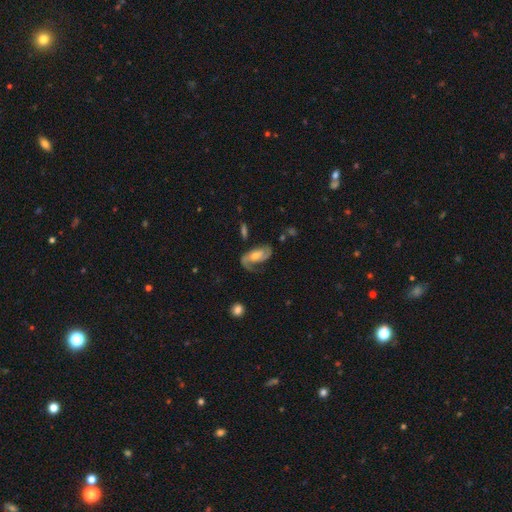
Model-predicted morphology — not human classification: Smooth or featured: featured or disk — 79% (smooth — 15%)
Edge-on disk: no — 96% (yes — 4%)
Bar: no — 47% (weak — 39%)
Spiral arms: yes — 94% (no — 6%)
Spiral winding: medium — 48% (loose — 27%)
Spiral arm count: 2 — 79% (1 — 11%)
Bulge size: moderate — 50% (small — 26%)
Merging: none — 56% (minor disturbance — 22%)